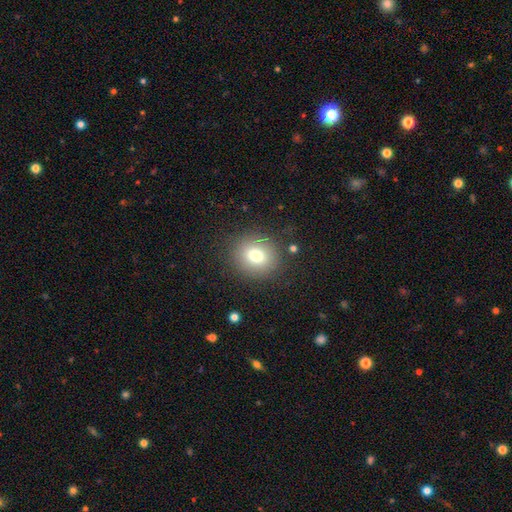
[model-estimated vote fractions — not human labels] Smooth or featured?
  - smooth: 75% *
  - star or artifact: 13%
  - featured or disk: 12%
How rounded?
  - round: 84% *
  - in between: 15%
  - cigar-shaped: 1%
Merging?
  - none: 86% *
  - minor disturbance: 9%
  - major disturbance: 4%
  - merger: 2%